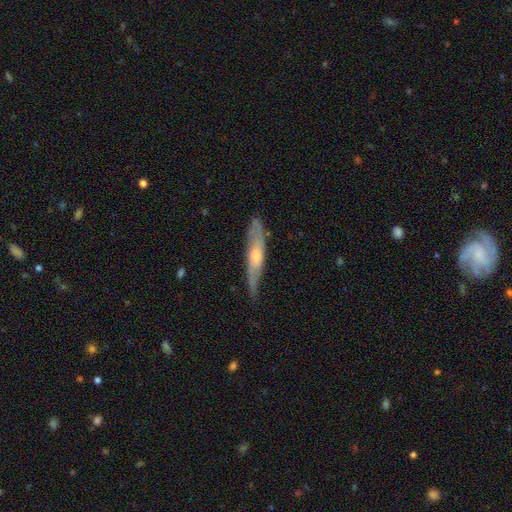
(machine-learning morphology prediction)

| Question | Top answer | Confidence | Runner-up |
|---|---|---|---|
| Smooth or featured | featured or disk | 64% | smooth (30%) |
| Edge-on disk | yes | 72% | no (28%) |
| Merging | none | 70% | minor disturbance (23%) |